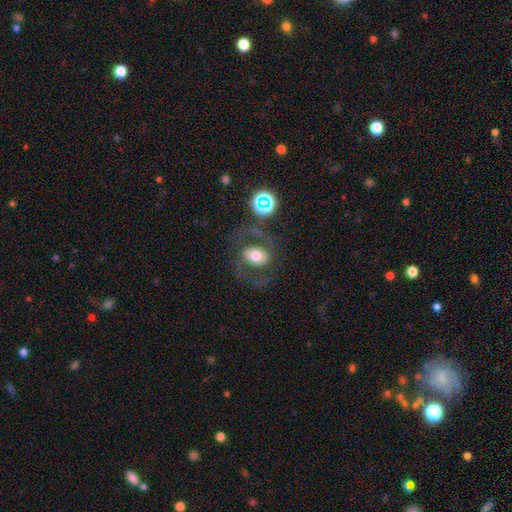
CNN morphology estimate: Overall: featured or disk (57%; smooth 33%). Edge-on disk: no (96%). Bar: no (52%; weak 30%). Spiral arms: yes (69%; no 31%). Bulge size: moderate (54%; large 29%). Merging: none (66%).